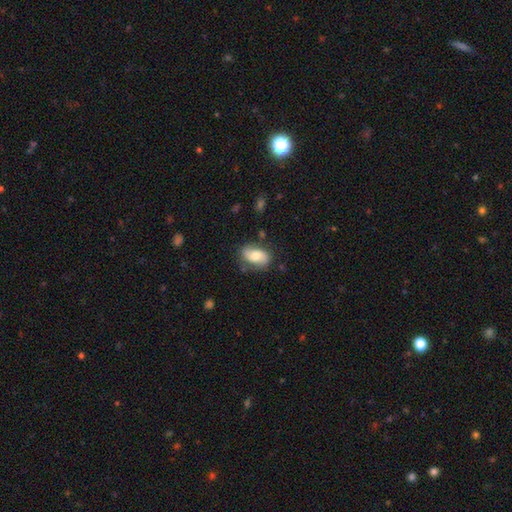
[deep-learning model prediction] smooth-or-featured: smooth: 56% | featured or disk: 38% | star or artifact: 7%
  how-rounded: in between: 89% | round: 9% | cigar-shaped: 2%
  merging: none: 71% | minor disturbance: 20% | major disturbance: 6% | merger: 2%